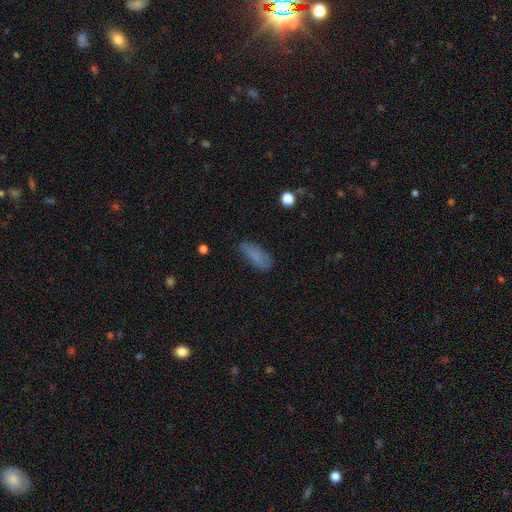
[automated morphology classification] Q: Smooth or featured?
A: smooth (75%); runner-up: featured or disk (15%)
Q: How rounded?
A: in between (65%); runner-up: cigar-shaped (32%)
Q: Merging?
A: none (67%); runner-up: minor disturbance (23%)